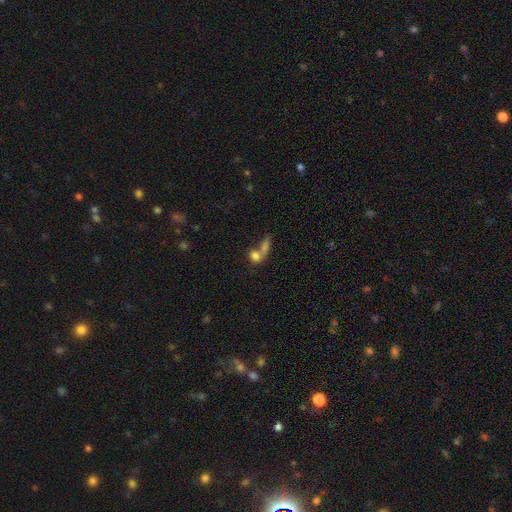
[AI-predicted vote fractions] Q: Smooth or featured?
A: smooth (53%); runner-up: star or artifact (30%)
Q: How rounded?
A: in between (48%); runner-up: round (41%)
Q: Merging?
A: merger (40%); tied with: none (40%)